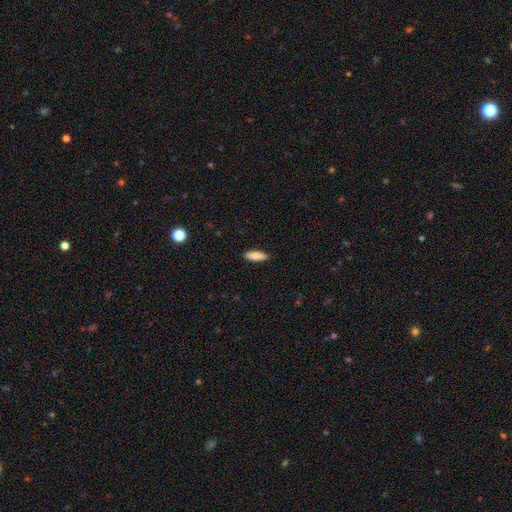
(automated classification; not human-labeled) Q: Smooth or featured?
A: smooth (85%); runner-up: featured or disk (9%)
Q: How rounded?
A: in between (58%); runner-up: cigar-shaped (41%)
Q: Merging?
A: none (89%); runner-up: minor disturbance (8%)